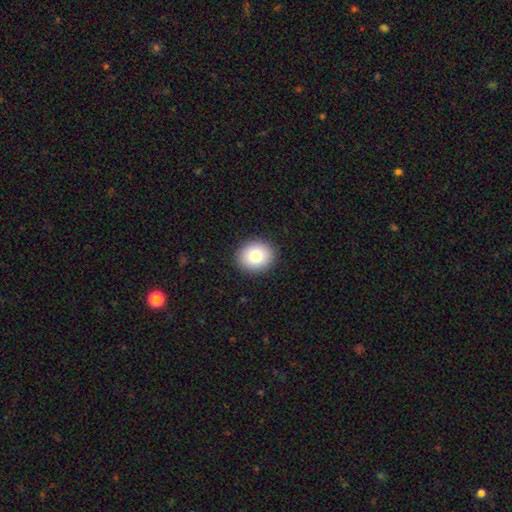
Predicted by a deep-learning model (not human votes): This is clearly a smooth galaxy (80%). How rounded: likely round (74%). Merging: clearly none (91%).